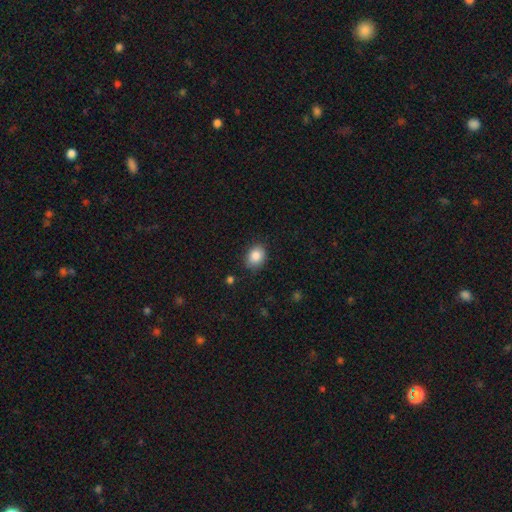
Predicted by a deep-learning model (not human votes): This is clearly a smooth galaxy (86%). How rounded: possibly in between (55%). Merging: clearly none (85%).